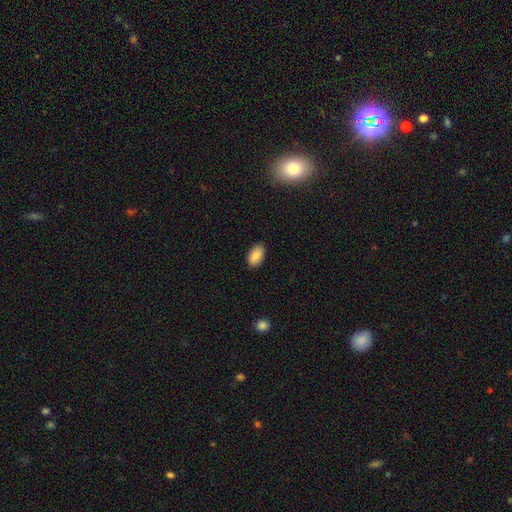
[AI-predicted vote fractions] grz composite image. It shows a smooth galaxy with no disk features (87%) that is in between round and cigar-shaped (93%). Merging: none (83%).